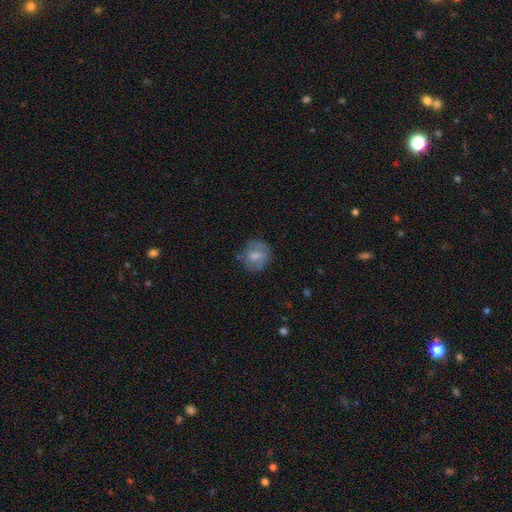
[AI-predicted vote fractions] A smooth galaxy with no disk features (66%) that is round (74%). Merging: none (67%).